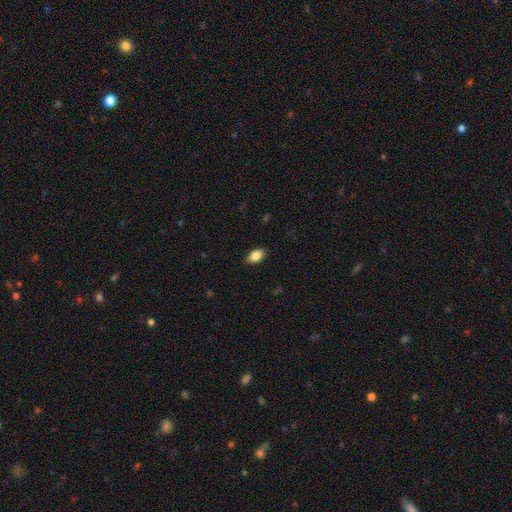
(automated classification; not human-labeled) Overall: smooth (87%). How rounded: in between (90%). Merging: none (87%).